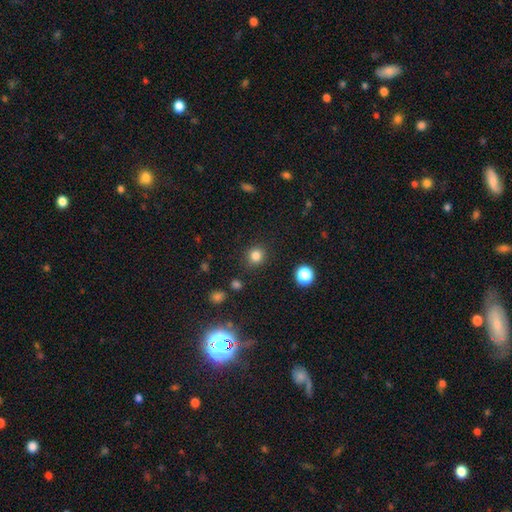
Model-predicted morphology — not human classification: Q: Smooth or featured?
A: smooth (82%); runner-up: star or artifact (13%)
Q: How rounded?
A: round (87%); runner-up: in between (12%)
Q: Merging?
A: none (88%); runner-up: minor disturbance (7%)